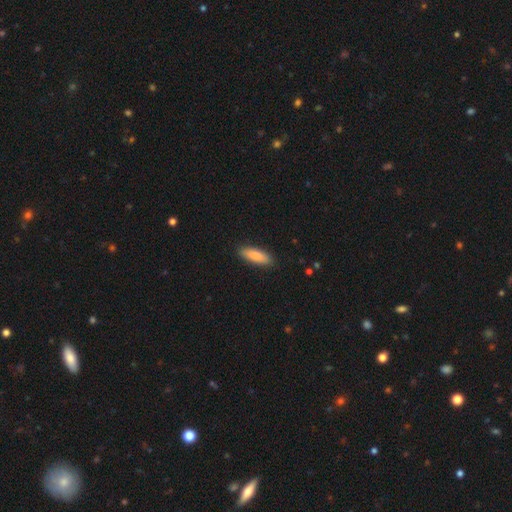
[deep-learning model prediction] Overall: smooth (86%). How rounded: in between (53%; cigar-shaped 46%). Merging: none (89%).